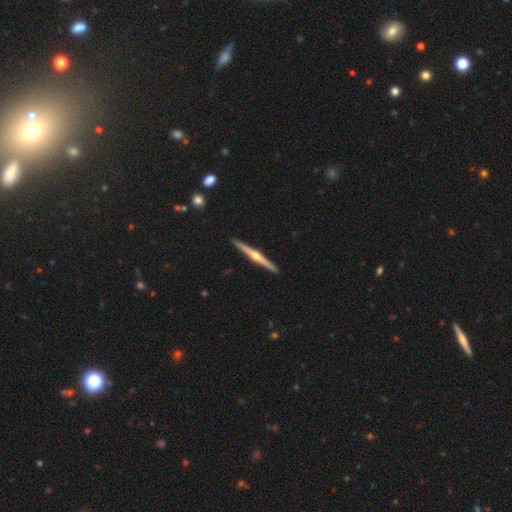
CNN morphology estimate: This is clearly a featured or disk galaxy (83%). It is clearly viewed edge-on (99%). Edge-on bulge: clearly rounded (94%). Merging: clearly none (93%).